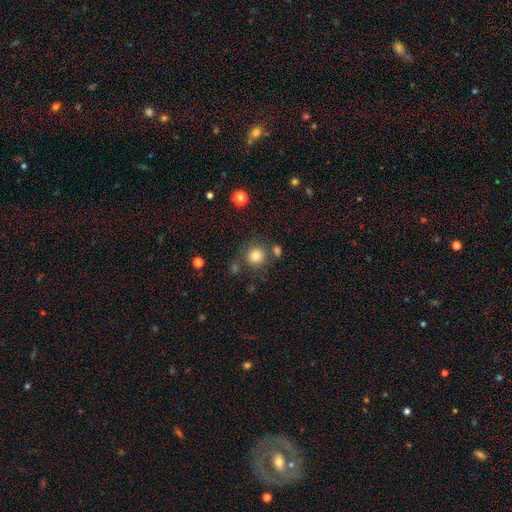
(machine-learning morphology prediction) smooth_or_featured: smooth (p=0.81) [alt: star or artifact p=0.11]
how_rounded: round (p=0.90) [alt: in between p=0.09]
merging: none (p=0.71) [alt: minor disturbance p=0.12]